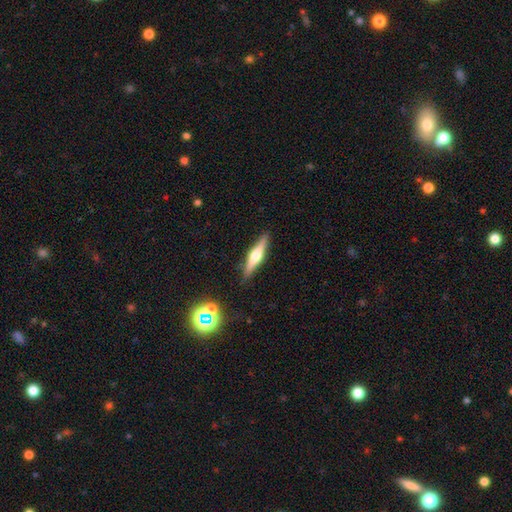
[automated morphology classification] smooth_or_featured: featured or disk (p=0.63) [alt: smooth p=0.31]
disk_edge_on: yes (p=0.97) [alt: no p=0.03]
edge_on_bulge: rounded (p=0.91) [alt: boxy p=0.06]
merging: none (p=0.89) [alt: minor disturbance p=0.08]